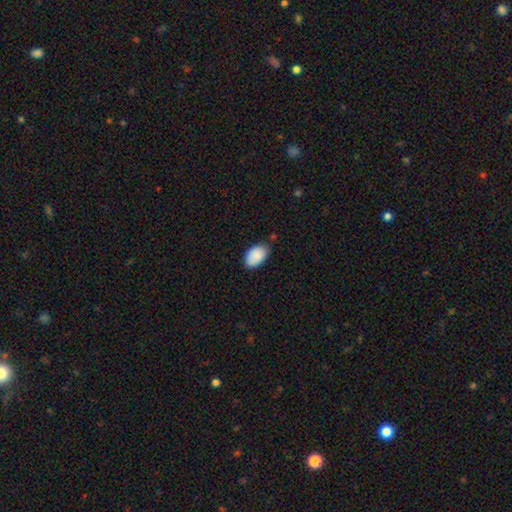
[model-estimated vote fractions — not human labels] This appears to be a smooth galaxy with no disk features (89%) that is in between round and cigar-shaped (93%). Merging: none (72%).